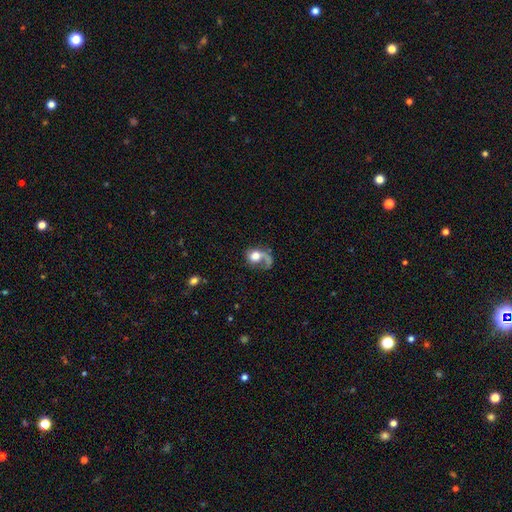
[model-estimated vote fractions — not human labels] Smooth or featured?
  - smooth: 47% *
  - featured or disk: 44%
  - star or artifact: 9%
Merging?
  - major disturbance: 44% *
  - none: 31%
  - minor disturbance: 18%
  - merger: 7%